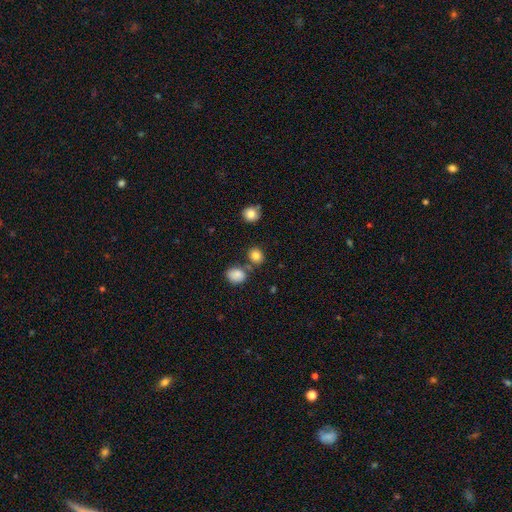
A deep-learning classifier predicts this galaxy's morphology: The model was most divided on "how rounded": round: 67%, in between: 32%, cigar-shaped: 1%. More confident: smooth or featured — smooth (82%); merging — none (69%).